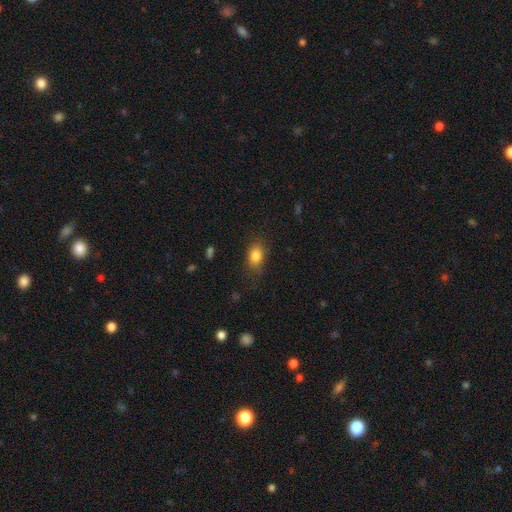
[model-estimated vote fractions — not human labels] smooth_or_featured: smooth (p=0.83) [alt: star or artifact p=0.09]
how_rounded: in between (p=0.80) [alt: round p=0.18]
merging: none (p=0.74) [alt: minor disturbance p=0.18]